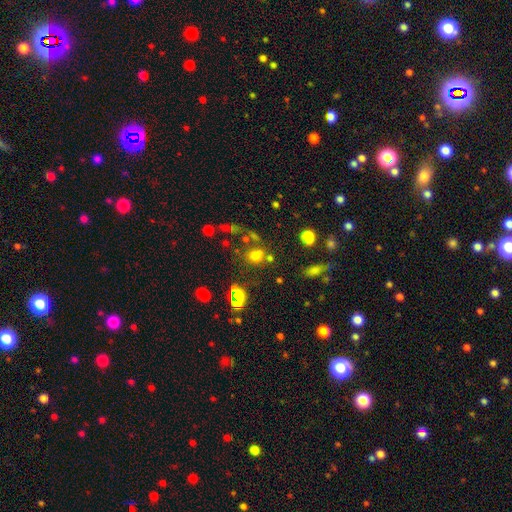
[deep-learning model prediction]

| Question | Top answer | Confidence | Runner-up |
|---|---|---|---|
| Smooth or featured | smooth | 65% | star or artifact (25%) |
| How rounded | round | 66% | in between (32%) |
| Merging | none | 62% | merger (18%) |